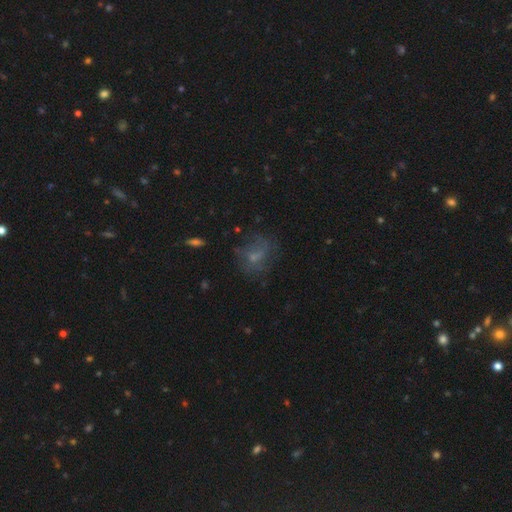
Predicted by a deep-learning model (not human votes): smooth 47%, featured or disk 37%, star or artifact 16%. Down the decision tree: merging — none (55%).